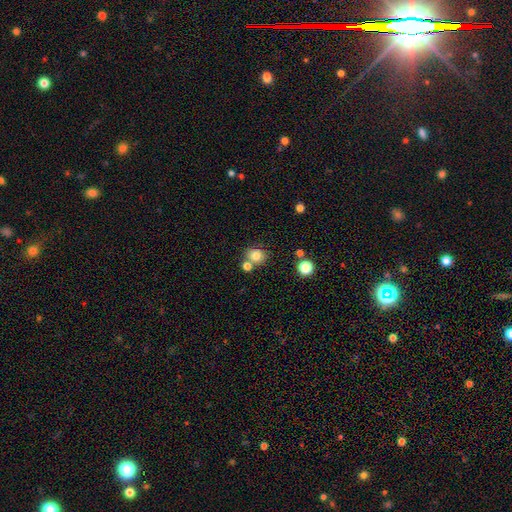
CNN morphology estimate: Smooth or featured: smooth — 79% (star or artifact — 12%)
How rounded: round — 75% (in between — 24%)
Merging: none — 63% (merger — 23%)